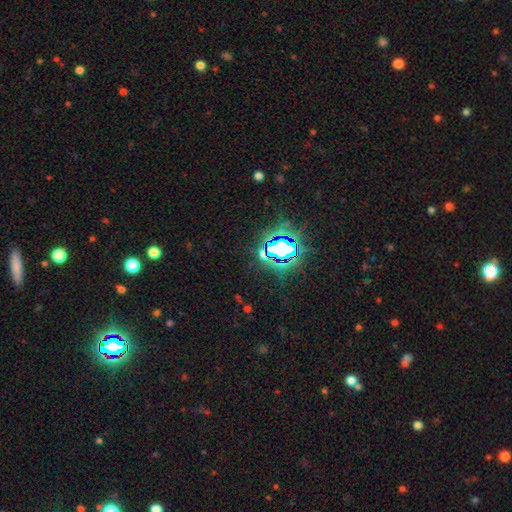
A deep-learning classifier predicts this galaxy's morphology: Smooth or featured? Predicted: star or artifact (p=0.82).